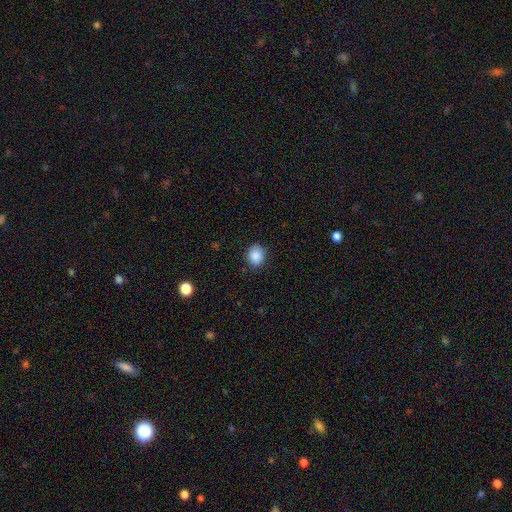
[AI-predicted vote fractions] This appears to be a smooth galaxy with no disk features (87%) that is round (65%). Merging: none (85%).